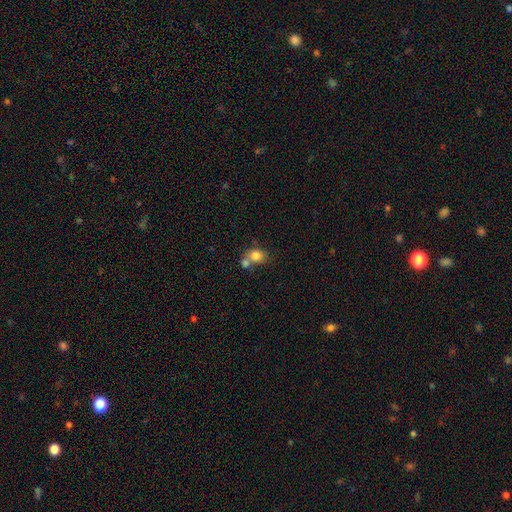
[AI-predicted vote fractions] smooth_or_featured: smooth (p=0.80) [alt: featured or disk p=0.10]
how_rounded: round (p=0.59) [alt: in between p=0.40]
merging: merger (p=0.48) [alt: none p=0.38]